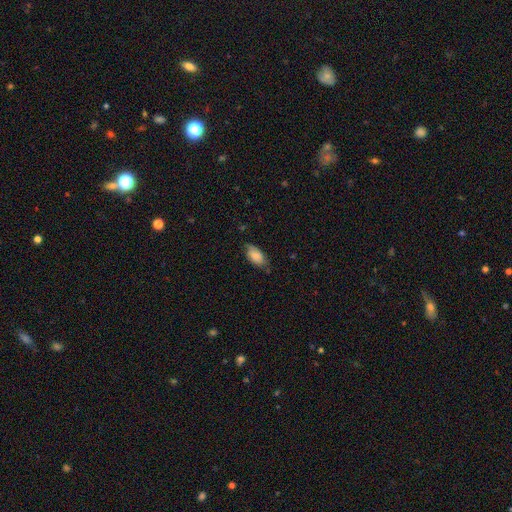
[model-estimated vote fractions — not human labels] Smooth or featured? Predicted: smooth (p=0.77). How rounded? Predicted: in between (p=0.92). Merging? Predicted: none (p=0.63).